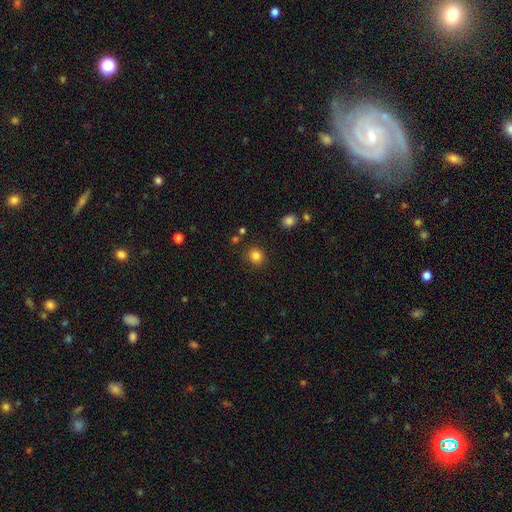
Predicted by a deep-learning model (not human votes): A smooth galaxy with no disk features (84%) that is round (86%).

Vote fractions:
- Smooth or featured? smooth: 84% / star or artifact: 12% / featured or disk: 4%
- How rounded? round: 86% / in between: 13% / cigar-shaped: 1%
- Merging? none: 86% / minor disturbance: 8% / major disturbance: 3% / merger: 3%